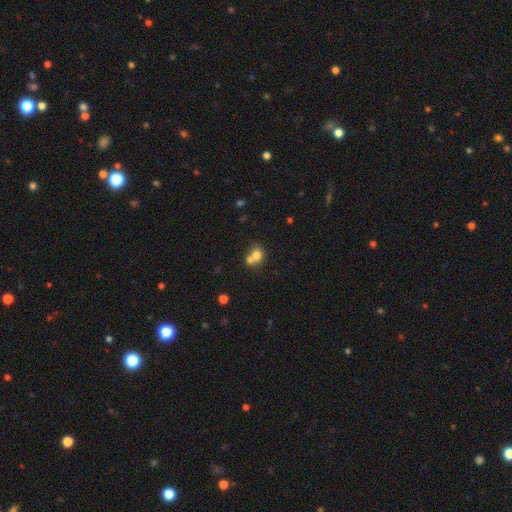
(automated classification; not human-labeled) A smooth galaxy with no disk features (72%) that is round (66%).

Vote fractions:
- Smooth or featured? smooth: 72% / featured or disk: 17% / star or artifact: 11%
- How rounded? round: 66% / in between: 33% / cigar-shaped: 1%
- Merging? merger: 61% / none: 30% / minor disturbance: 7% / major disturbance: 3%